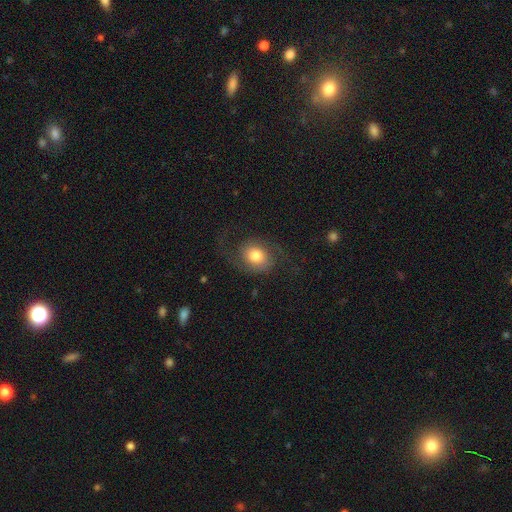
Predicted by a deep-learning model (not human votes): A featured or disk galaxy (57%) with no bar (74%), spiral arms (87%) and a moderate central bulge (57%). Merging: none (66%).